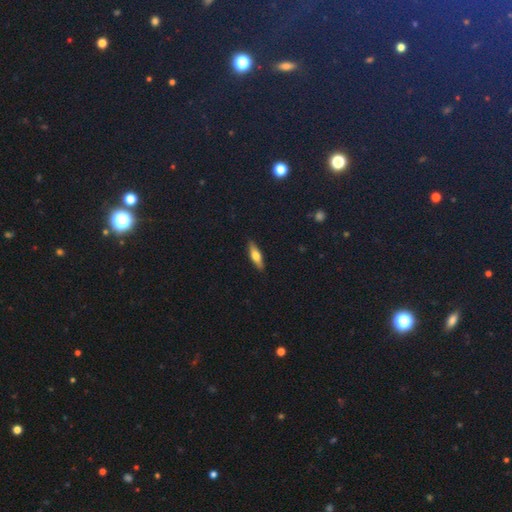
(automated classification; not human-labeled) smooth_or_featured: smooth (p=0.57) [alt: featured or disk p=0.37]
how_rounded: cigar-shaped (p=0.60) [alt: in between p=0.37]
merging: none (p=0.90) [alt: minor disturbance p=0.08]